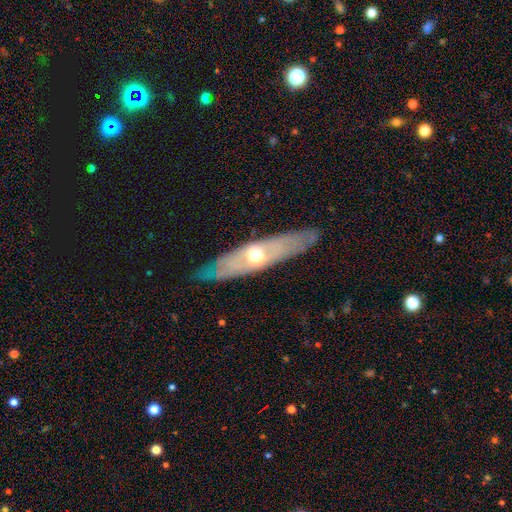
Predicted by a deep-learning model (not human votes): featured or disk 61%, smooth 33%, star or artifact 6%. Down the decision tree: edge-on disk — yes (52%); merging — none (81%).